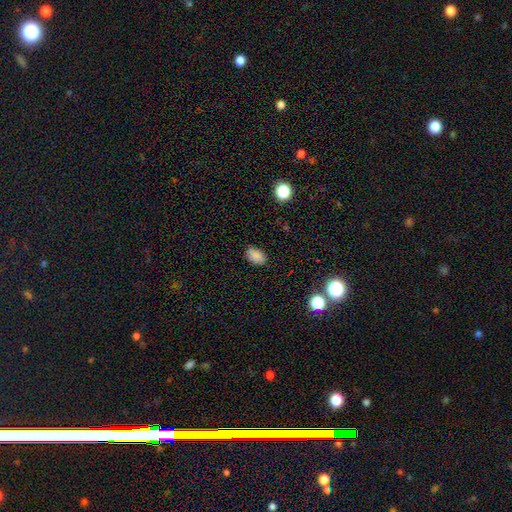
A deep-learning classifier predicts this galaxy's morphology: This is clearly a smooth galaxy (85%). How rounded: clearly in between (89%). Merging: clearly none (84%).